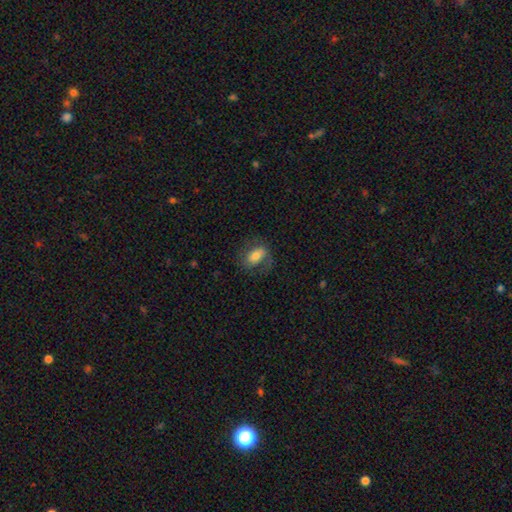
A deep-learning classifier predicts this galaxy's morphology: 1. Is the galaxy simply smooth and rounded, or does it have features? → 59% smooth, 34% featured or disk, 8% star or artifact.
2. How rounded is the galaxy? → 84% in between, 13% round, 3% cigar-shaped.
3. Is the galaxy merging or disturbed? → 65% none, 19% minor disturbance, 14% major disturbance, 1% merger.